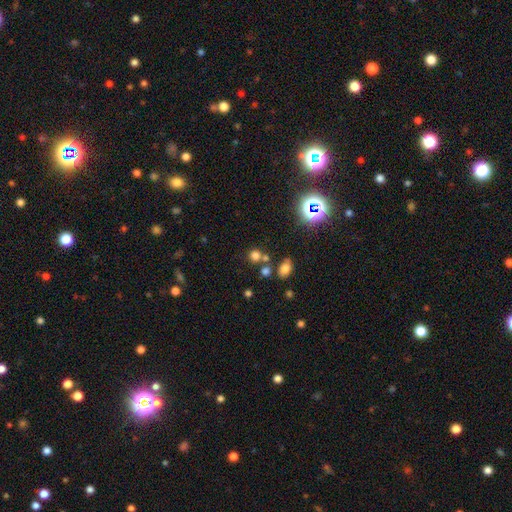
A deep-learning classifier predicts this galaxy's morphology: Smooth or featured: smooth — 69% (star or artifact — 24%)
How rounded: round — 83% (in between — 15%)
Merging: none — 66% (merger — 20%)